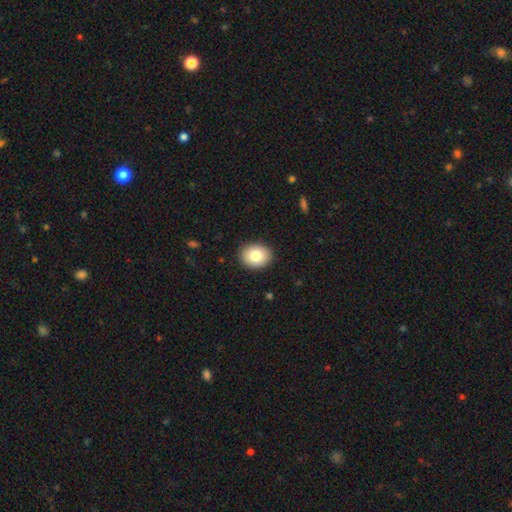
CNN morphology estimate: smooth 81%, featured or disk 10%, star or artifact 8%. Down the decision tree: how rounded — in between (51%); merging — none (90%).